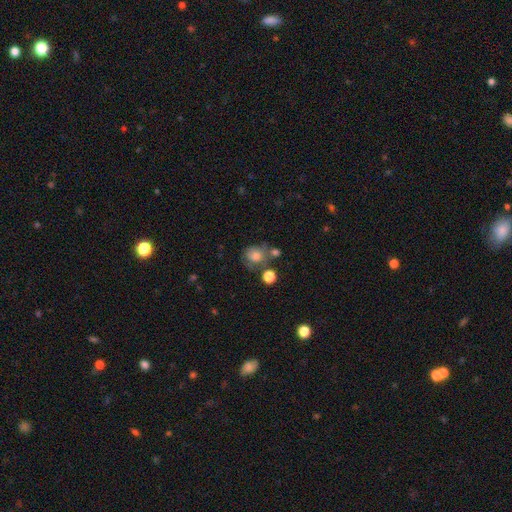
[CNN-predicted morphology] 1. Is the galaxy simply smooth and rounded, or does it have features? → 72% smooth, 16% featured or disk, 11% star or artifact.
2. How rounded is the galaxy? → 71% round, 28% in between, 1% cigar-shaped.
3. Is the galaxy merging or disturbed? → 47% none, 21% minor disturbance, 20% merger, 13% major disturbance.